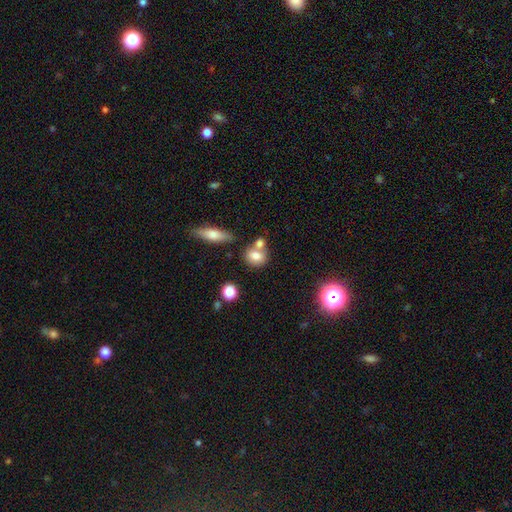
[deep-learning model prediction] A smooth galaxy with no disk features (78%) that is round (55%). Merging: none (52%).